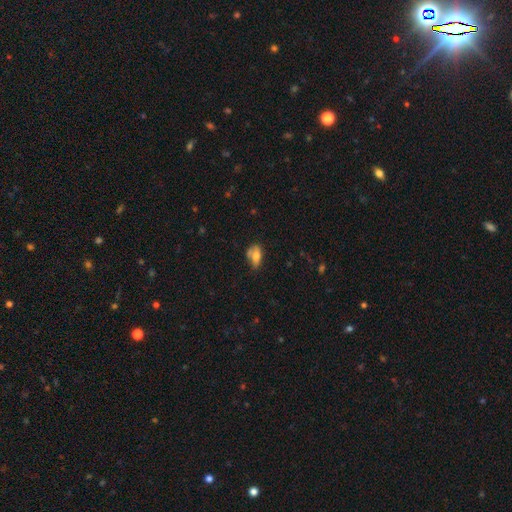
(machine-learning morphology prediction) smooth 67%, featured or disk 24%, star or artifact 10%. Down the decision tree: how rounded — in between (81%); merging — none (35%).